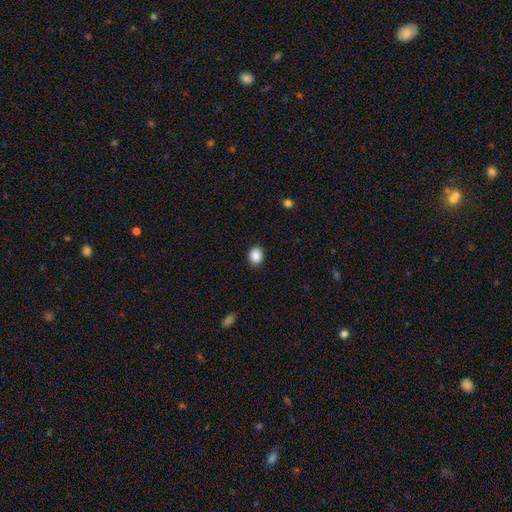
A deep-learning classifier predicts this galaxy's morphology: This appears to be a smooth galaxy with no disk features (88%) that is round (54%). Merging: none (90%).